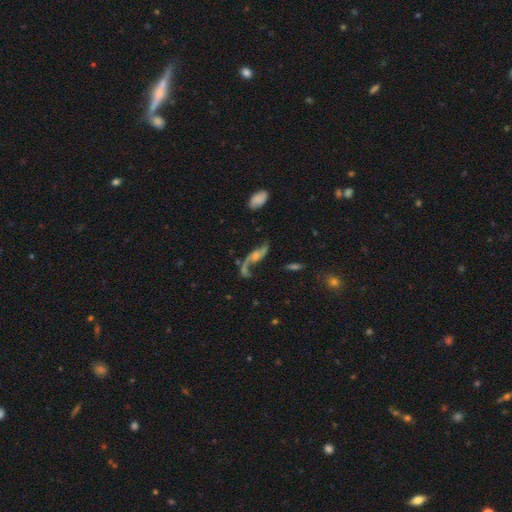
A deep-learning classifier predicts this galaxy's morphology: A featured or disk galaxy (80%) with no bar (63%), 2 (86%) loose (85%) spiral arms (90%) and a small central bulge (44%). Merging: none (51%).